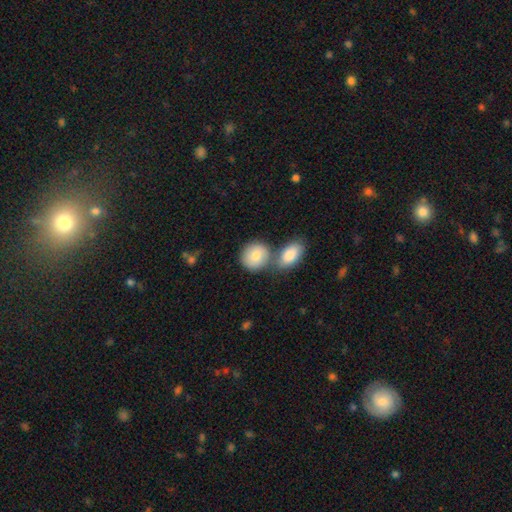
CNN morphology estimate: Q: Smooth or featured?
A: smooth (82%); runner-up: featured or disk (11%)
Q: How rounded?
A: round (75%); runner-up: in between (23%)
Q: Merging?
A: none (49%); runner-up: merger (37%)